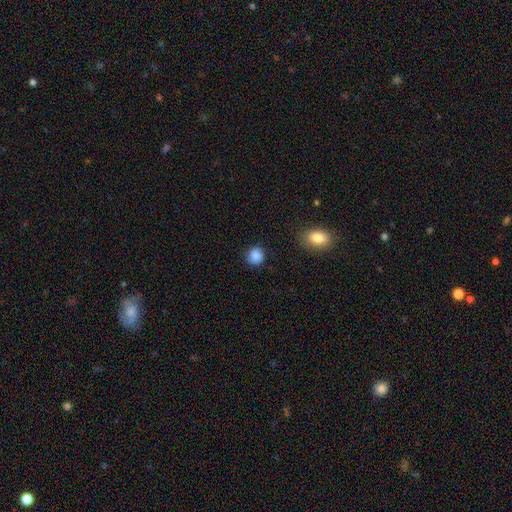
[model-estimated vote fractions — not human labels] Smooth or featured? Predicted: smooth (p=0.87). How rounded? Predicted: round (p=0.83). Merging? Predicted: none (p=0.79).